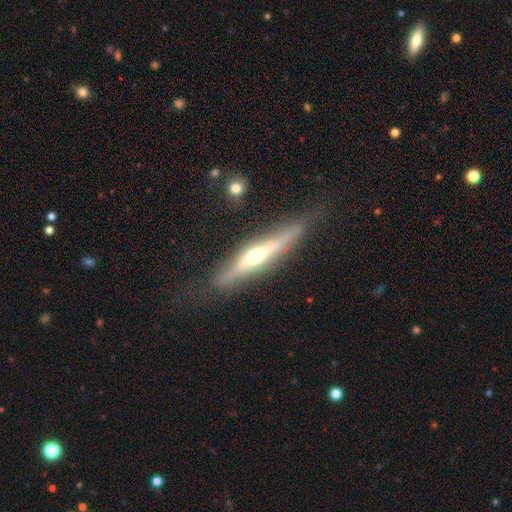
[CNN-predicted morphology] The model was most divided on "smooth or featured": featured or disk: 69%, smooth: 25%, star or artifact: 6%. More confident: edge-on disk — yes (92%); edge-on bulge — rounded (86%); merging — none (76%).